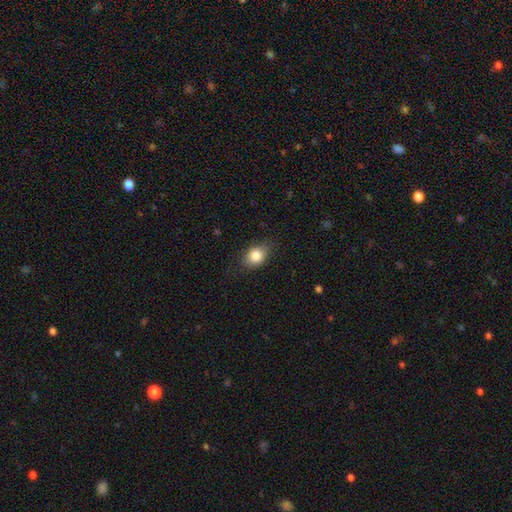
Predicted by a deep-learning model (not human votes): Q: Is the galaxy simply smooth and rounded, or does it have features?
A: smooth — 83%.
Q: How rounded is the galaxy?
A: in between — 68%.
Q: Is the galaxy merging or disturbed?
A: none — 77%.